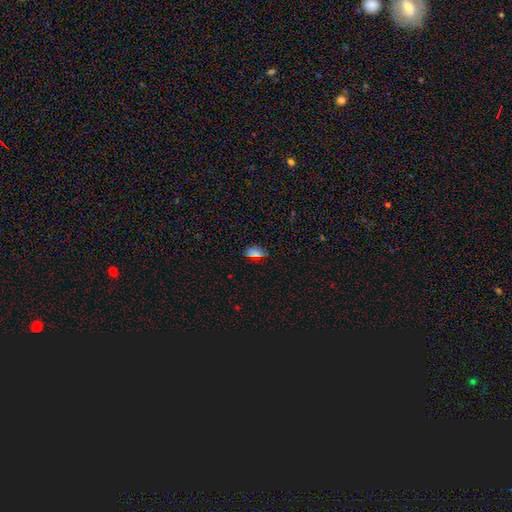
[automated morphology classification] Q: Smooth or featured?
A: smooth (64%); runner-up: star or artifact (29%)
Q: How rounded?
A: in between (77%); runner-up: round (13%)
Q: Merging?
A: none (84%); runner-up: minor disturbance (11%)